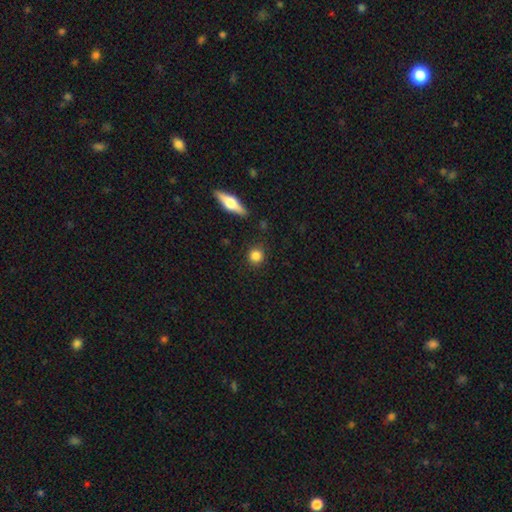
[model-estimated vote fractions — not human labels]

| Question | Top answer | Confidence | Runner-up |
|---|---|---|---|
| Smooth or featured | smooth | 84% | star or artifact (9%) |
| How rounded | round | 90% | in between (8%) |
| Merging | none | 88% | minor disturbance (7%) |